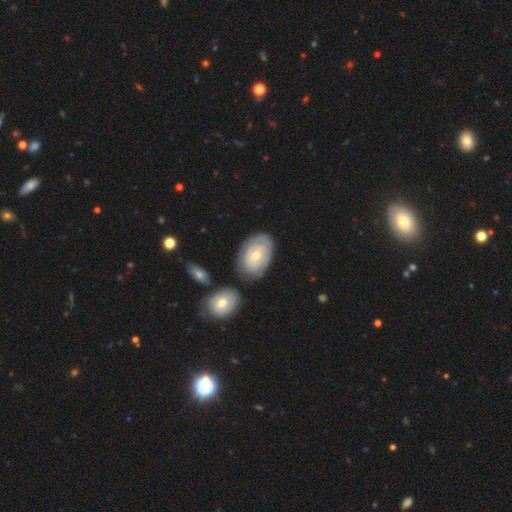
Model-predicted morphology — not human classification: Q: Smooth or featured?
A: featured or disk (62%); runner-up: smooth (32%)
Q: Edge-on disk?
A: no (95%); runner-up: yes (5%)
Q: Bar?
A: no (73%); runner-up: weak (23%)
Q: Spiral arms?
A: yes (79%); runner-up: no (21%)
Q: Bulge size?
A: small (54%); runner-up: moderate (41%)
Q: Merging?
A: none (72%); runner-up: minor disturbance (17%)